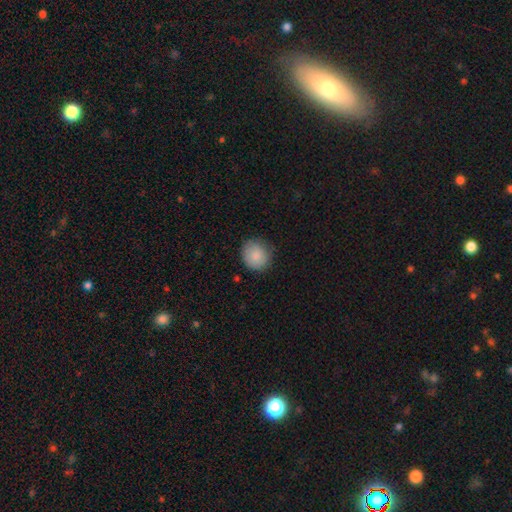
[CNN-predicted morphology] A smooth galaxy with no disk features (88%) that is round (86%). Merging: none (82%).